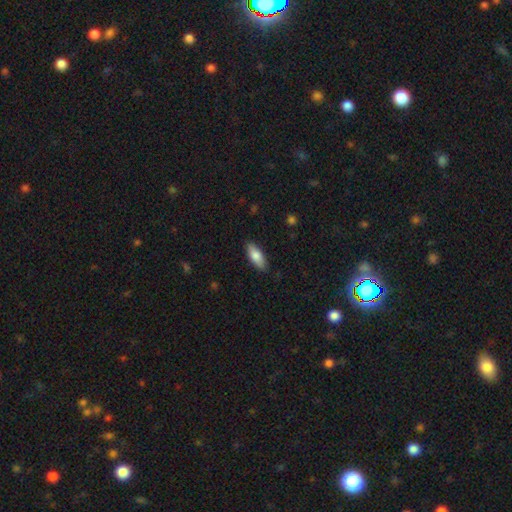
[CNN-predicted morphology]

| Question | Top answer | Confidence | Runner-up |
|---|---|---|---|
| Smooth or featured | smooth | 79% | featured or disk (16%) |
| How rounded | in between | 76% | cigar-shaped (22%) |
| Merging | none | 87% | minor disturbance (10%) |